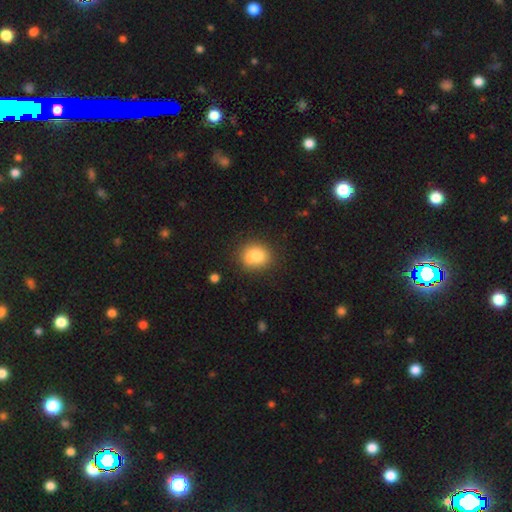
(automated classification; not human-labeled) Overall: smooth (80%). How rounded: round (72%). Merging: none (71%).